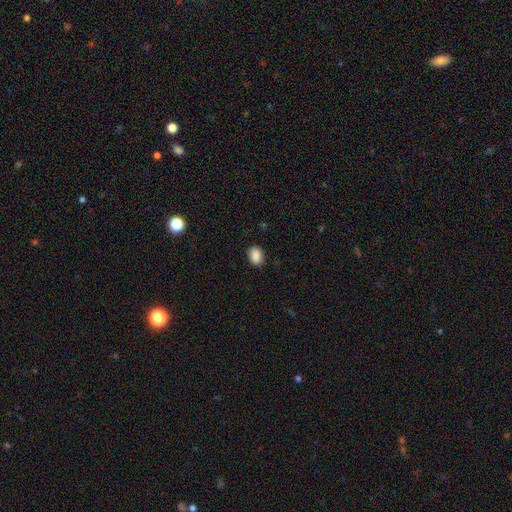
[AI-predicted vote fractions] Smooth or featured?
  - smooth: 88% *
  - star or artifact: 8%
  - featured or disk: 4%
How rounded?
  - in between: 73% *
  - round: 26%
  - cigar-shaped: 1%
Merging?
  - none: 86% *
  - minor disturbance: 10%
  - major disturbance: 2%
  - merger: 1%